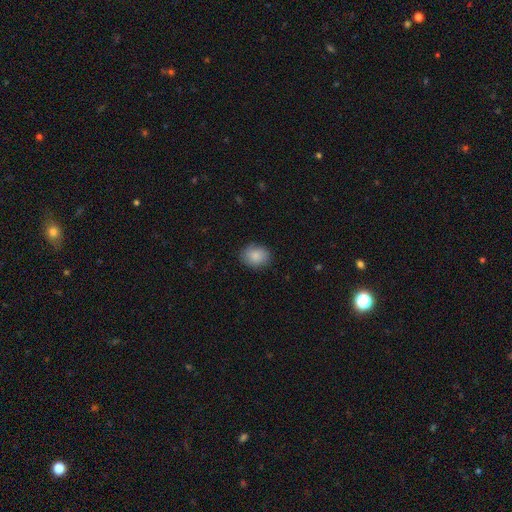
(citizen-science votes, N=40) smooth_or_featured: smooth (p=0.90) [alt: star or artifact p=0.07]
how_rounded: round (p=0.61) [alt: in between p=0.39]
merging: none (p=0.70) [alt: minor disturbance p=0.19]